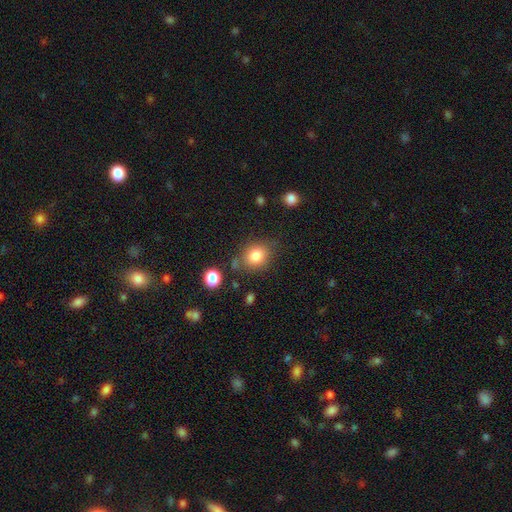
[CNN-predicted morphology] smooth-or-featured: smooth: 82% | star or artifact: 11% | featured or disk: 8%
  how-rounded: round: 65% | in between: 34% | cigar-shaped: 1%
  merging: none: 74% | minor disturbance: 15% | merger: 6% | major disturbance: 5%